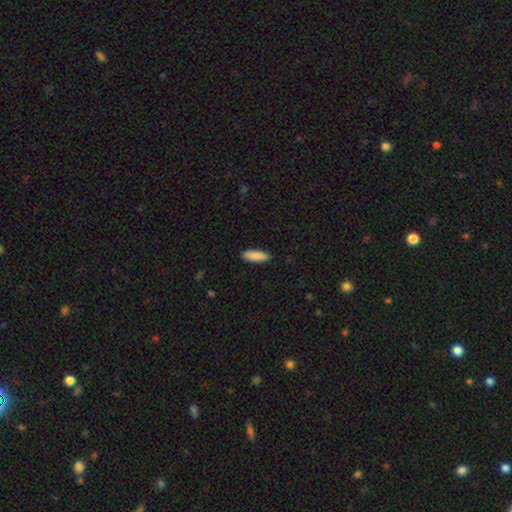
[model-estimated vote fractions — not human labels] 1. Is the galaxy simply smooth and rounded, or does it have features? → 89% smooth, 6% featured or disk, 6% star or artifact.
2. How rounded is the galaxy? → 50% cigar-shaped, 48% in between, 2% round.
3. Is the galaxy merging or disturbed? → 90% none, 7% minor disturbance, 2% major disturbance, 1% merger.